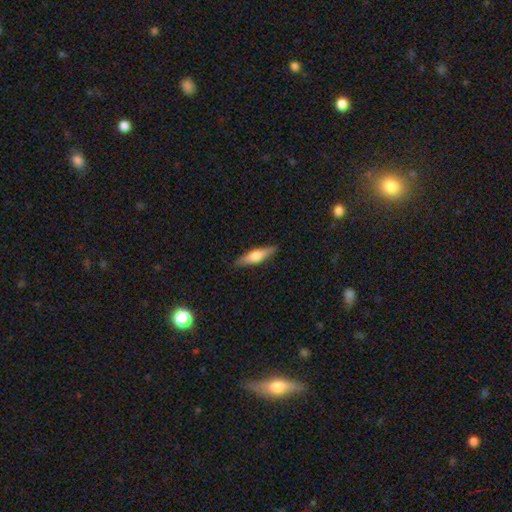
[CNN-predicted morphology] A featured or disk galaxy (47%).

Vote fractions:
- Smooth or featured? featured or disk: 47% / smooth: 46% / star or artifact: 6%
- Merging? none: 89% / minor disturbance: 8% / major disturbance: 2% / merger: 1%